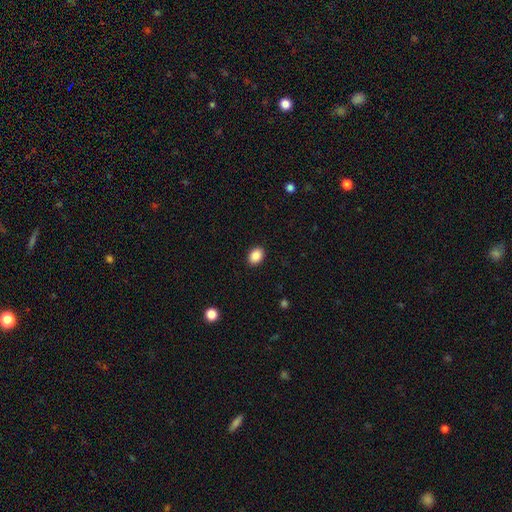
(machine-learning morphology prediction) A smooth galaxy with no disk features (89%) that is in between round and cigar-shaped (72%). Merging: none (91%).